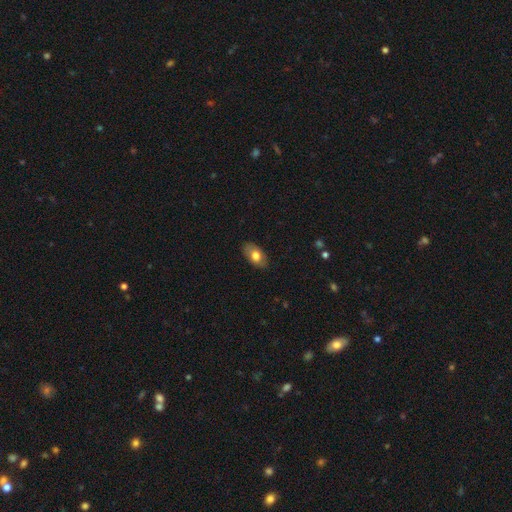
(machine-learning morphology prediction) smooth_or_featured: smooth (p=0.75) [alt: featured or disk p=0.18]
how_rounded: in between (p=0.92) [alt: round p=0.06]
merging: none (p=0.85) [alt: minor disturbance p=0.12]